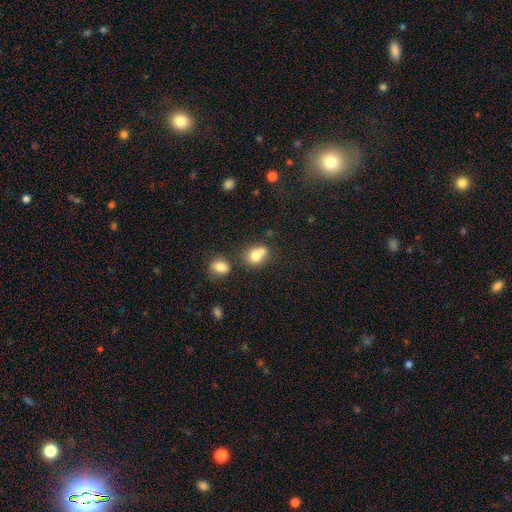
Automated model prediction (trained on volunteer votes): A smooth galaxy with no disk features (75%) that is round (68%). Merging: merger (51%).